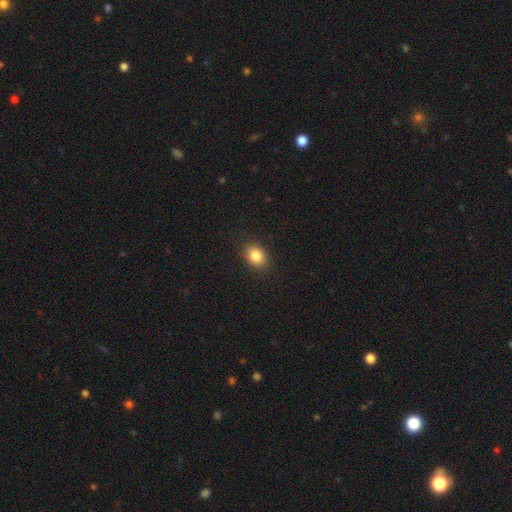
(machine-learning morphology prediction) This appears to be a smooth galaxy with no disk features (85%) that is in between round and cigar-shaped (61%). Merging: none (88%).